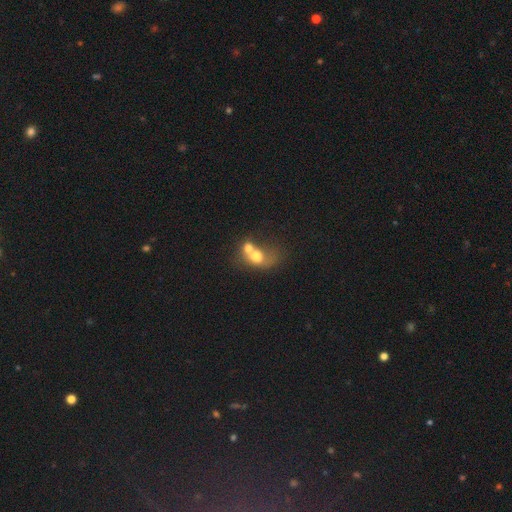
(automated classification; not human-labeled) Morphology: type=smooth (61%); roundness=in between (51%); merging=merger (73%).